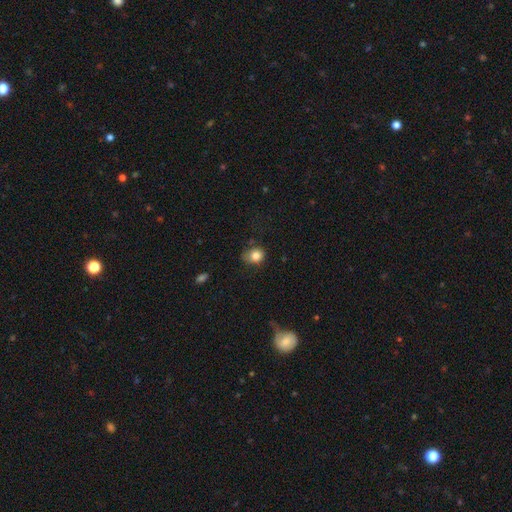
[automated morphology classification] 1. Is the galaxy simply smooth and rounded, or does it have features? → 81% smooth, 10% star or artifact, 8% featured or disk.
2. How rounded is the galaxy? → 66% round, 33% in between, 1% cigar-shaped.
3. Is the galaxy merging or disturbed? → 58% none, 30% minor disturbance, 10% major disturbance, 3% merger.